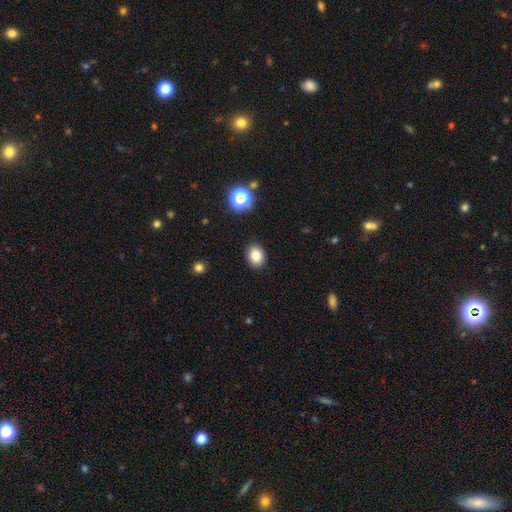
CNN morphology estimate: A smooth galaxy with no disk features (84%) that is round (50%). Merging: none (89%).